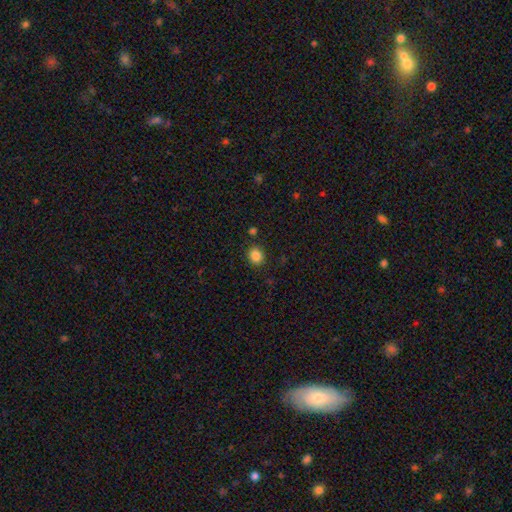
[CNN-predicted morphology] Overall: smooth (86%). How rounded: round (75%). Merging: none (87%).